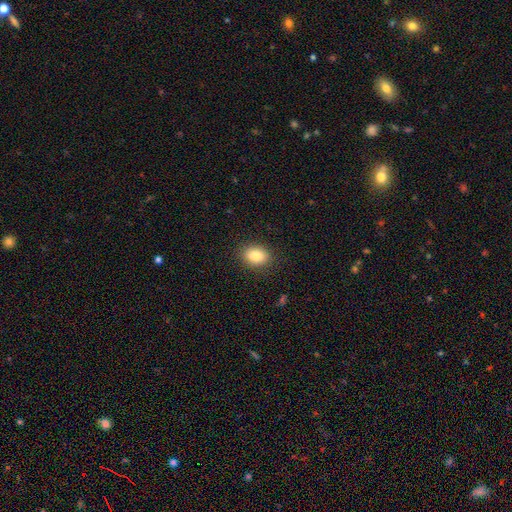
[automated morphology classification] smooth-or-featured: smooth: 85% | star or artifact: 8% | featured or disk: 7%
  how-rounded: in between: 76% | round: 23% | cigar-shaped: 1%
  merging: none: 88% | minor disturbance: 9% | major disturbance: 2% | merger: 1%